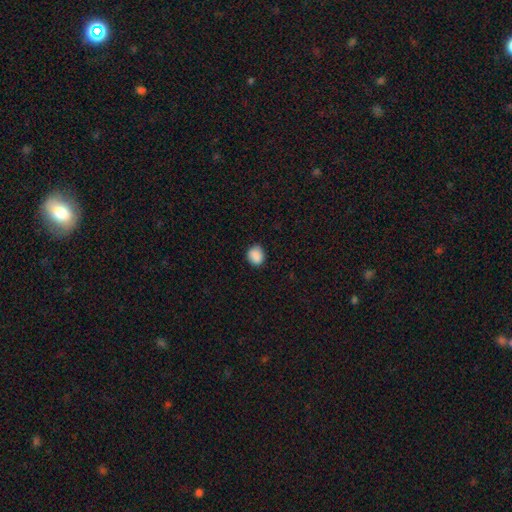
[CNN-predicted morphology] Smooth or featured: smooth — 88% (star or artifact — 9%)
How rounded: round — 72% (in between — 27%)
Merging: none — 81% (minor disturbance — 15%)